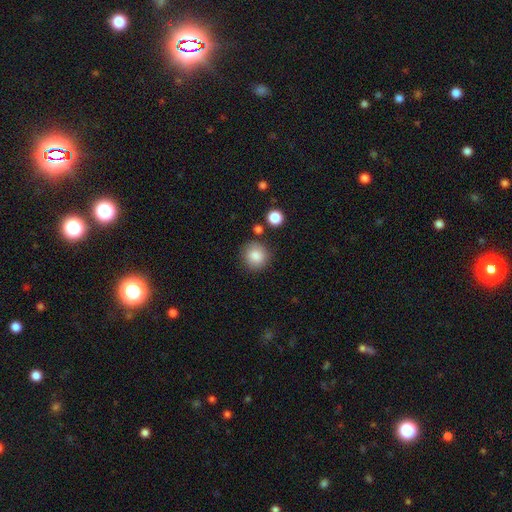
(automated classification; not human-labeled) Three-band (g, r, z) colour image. It shows a smooth galaxy with no disk features (86%) that is round (90%). Merging: none (82%).